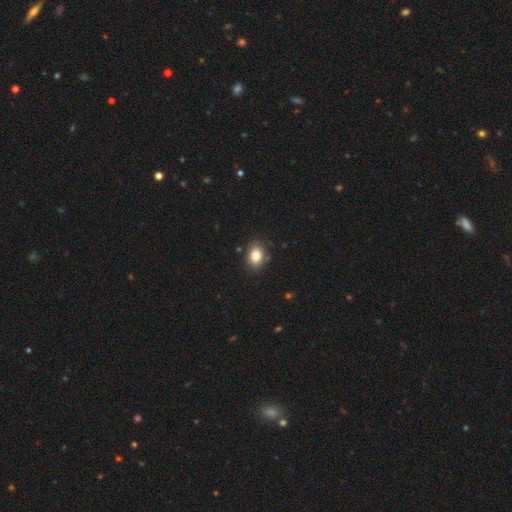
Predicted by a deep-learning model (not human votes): Q: Smooth or featured?
A: smooth (82%); runner-up: star or artifact (9%)
Q: How rounded?
A: in between (72%); runner-up: round (27%)
Q: Merging?
A: none (83%); runner-up: minor disturbance (12%)